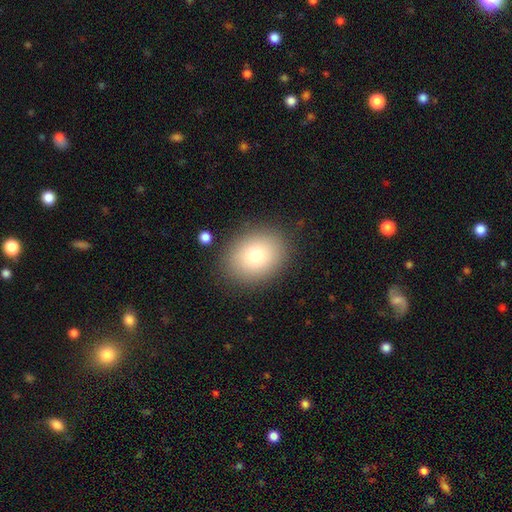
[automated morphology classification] Smooth or featured: smooth — 76% (featured or disk — 13%)
How rounded: round — 52% (in between — 47%)
Merging: none — 86% (minor disturbance — 9%)